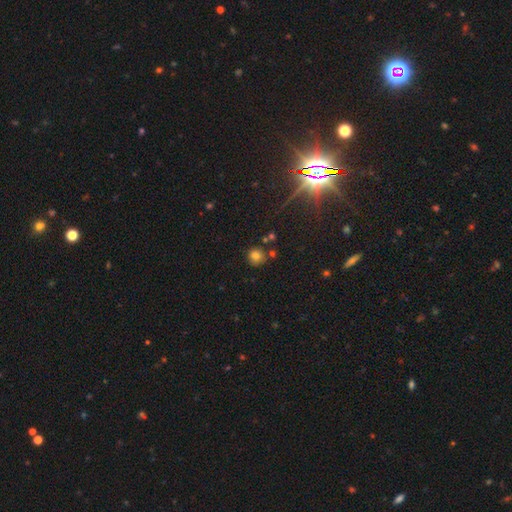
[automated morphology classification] Smooth or featured: smooth — 77% (star or artifact — 16%)
How rounded: round — 90% (in between — 8%)
Merging: none — 79% (minor disturbance — 10%)